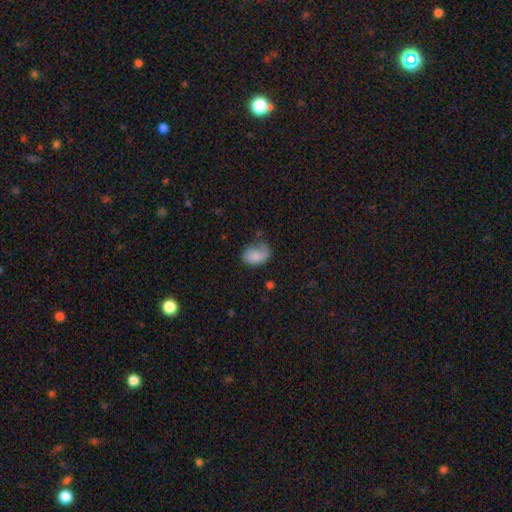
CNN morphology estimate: A smooth galaxy with no disk features (73%) that is in between round and cigar-shaped (82%). Merging: none (42%).